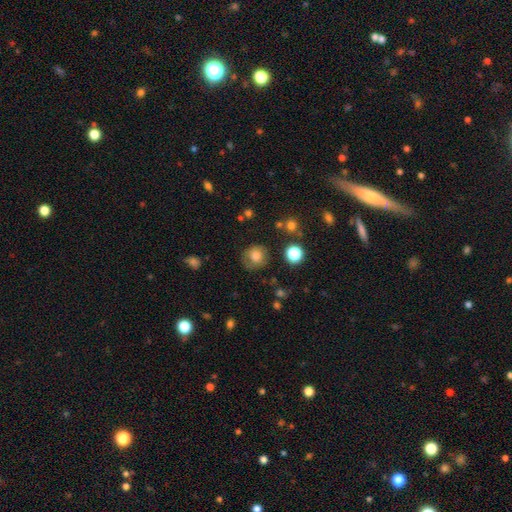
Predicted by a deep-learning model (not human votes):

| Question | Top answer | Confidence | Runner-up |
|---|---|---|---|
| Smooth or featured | smooth | 77% | featured or disk (12%) |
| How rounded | round | 87% | in between (12%) |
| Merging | none | 75% | minor disturbance (16%) |